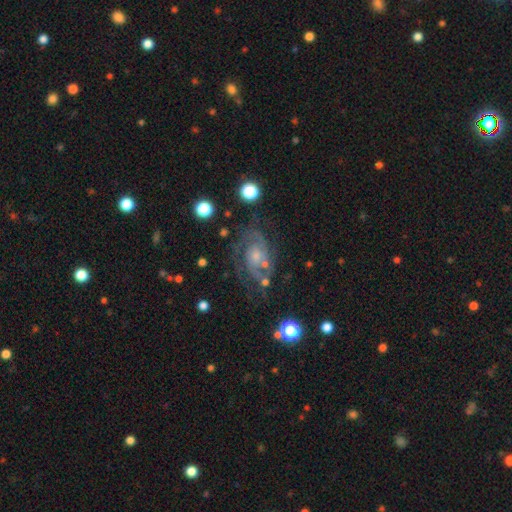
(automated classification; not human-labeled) This appears to be a featured or disk galaxy (83%) with no bar (65%), 2 (60%) medium (45%) spiral arms (95%) and a small central bulge (53%). Merging: none (64%).